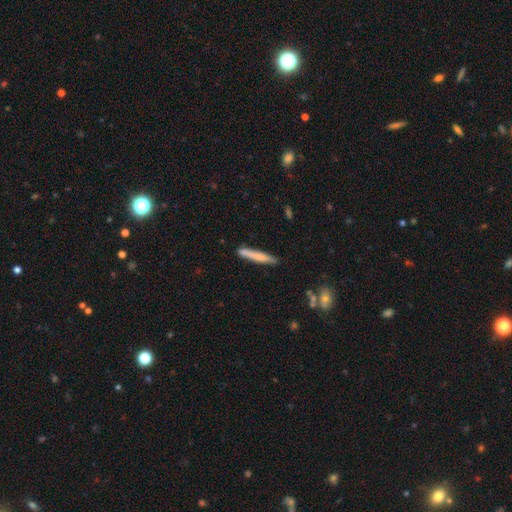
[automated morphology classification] A smooth galaxy with no disk features (73%) that is cigar-shaped (95%). Merging: none (85%).